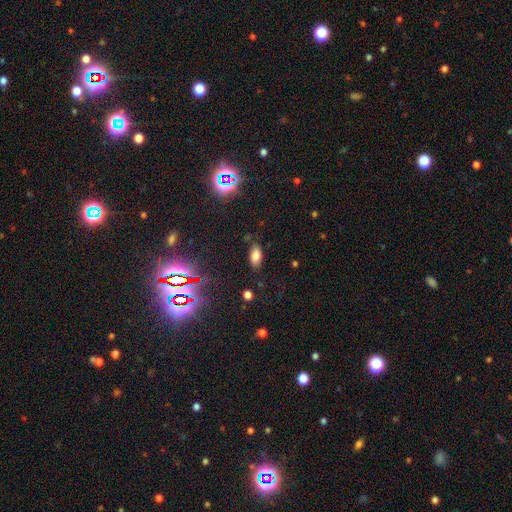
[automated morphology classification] Smooth or featured: smooth — 77% (star or artifact — 16%)
How rounded: in between — 91% (cigar-shaped — 6%)
Merging: none — 80% (minor disturbance — 14%)